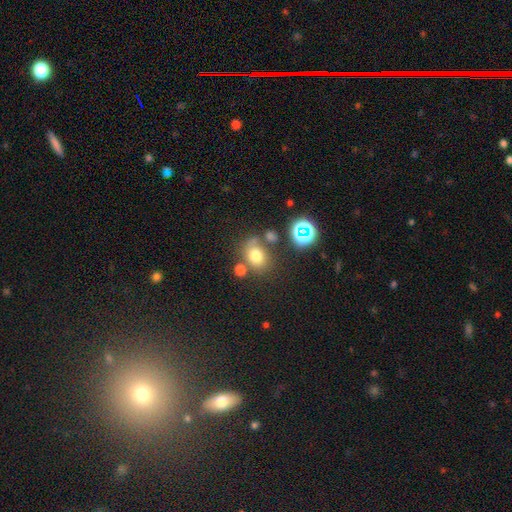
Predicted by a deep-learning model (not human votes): The model was most divided on "how rounded": in between: 50%, round: 49%, cigar-shaped: 1%. More confident: smooth or featured — smooth (69%); merging — none (58%).